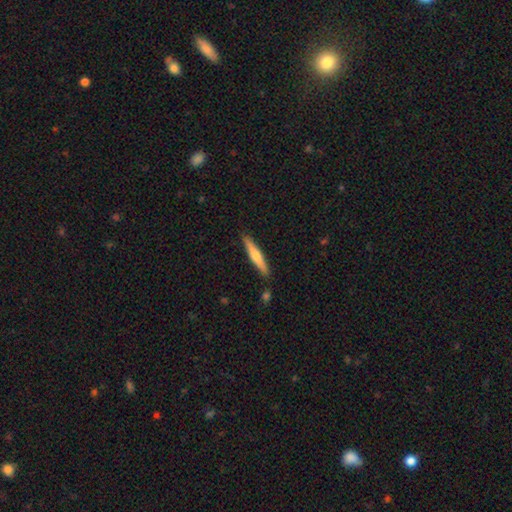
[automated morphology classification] smooth_or_featured: smooth (p=0.55) [alt: featured or disk p=0.40]
how_rounded: cigar-shaped (p=0.92) [alt: in between p=0.07]
merging: none (p=0.88) [alt: minor disturbance p=0.08]